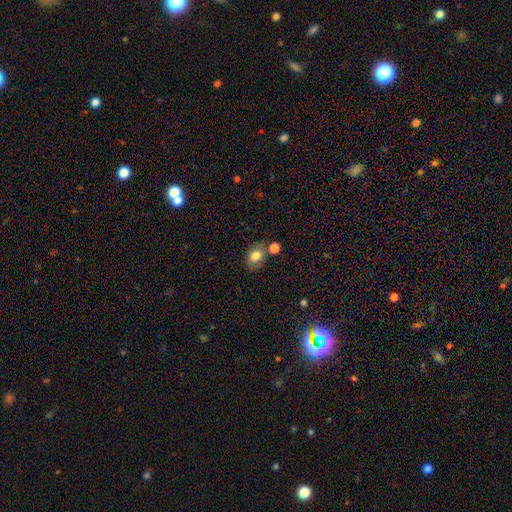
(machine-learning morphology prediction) A smooth galaxy with no disk features (79%) that is in between round and cigar-shaped (68%). Merging: none (63%).